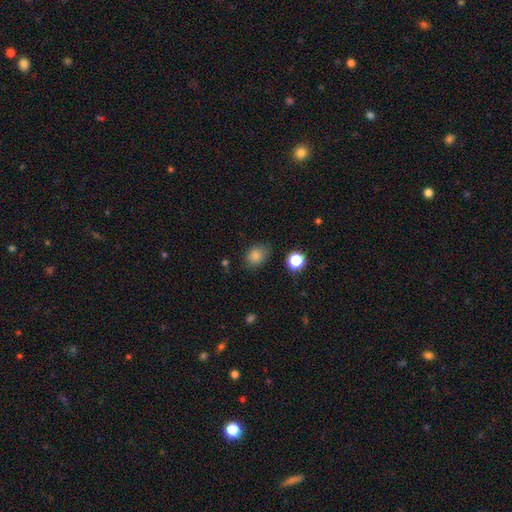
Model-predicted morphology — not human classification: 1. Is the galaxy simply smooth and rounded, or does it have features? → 83% smooth, 12% star or artifact, 5% featured or disk.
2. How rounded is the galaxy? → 53% in between, 46% round, 1% cigar-shaped.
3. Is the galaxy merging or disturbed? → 77% none, 16% minor disturbance, 4% major disturbance, 2% merger.